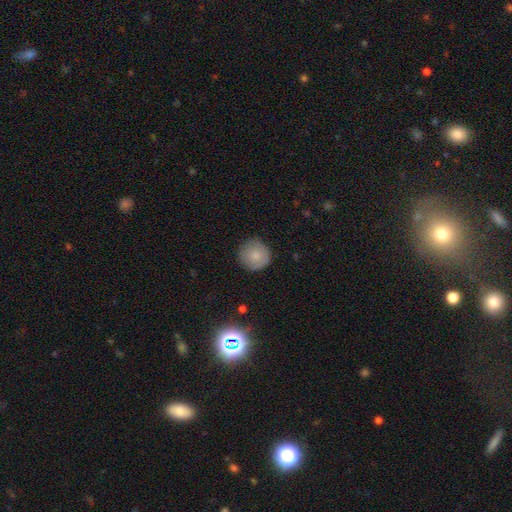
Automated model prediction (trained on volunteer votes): A smooth galaxy with no disk features (81%) that is round (94%).

Vote fractions:
- Smooth or featured? smooth: 81% / featured or disk: 11% / star or artifact: 8%
- How rounded? round: 94% / in between: 5% / cigar-shaped: 1%
- Merging? none: 84% / minor disturbance: 12% / major disturbance: 2% / merger: 1%